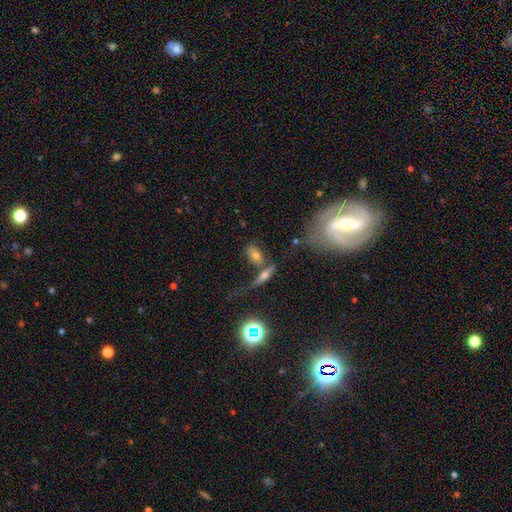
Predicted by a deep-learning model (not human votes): A smooth galaxy with no disk features (58%) that is in between round and cigar-shaped (77%).

Vote fractions:
- Smooth or featured? smooth: 58% / featured or disk: 28% / star or artifact: 14%
- How rounded? in between: 77% / cigar-shaped: 14% / round: 9%
- Merging? none: 53% / merger: 25% / minor disturbance: 14% / major disturbance: 8%